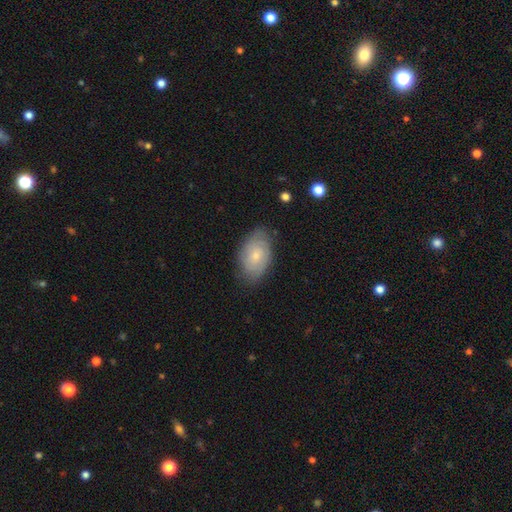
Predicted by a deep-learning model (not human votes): A smooth galaxy with no disk features (50%).

Vote fractions:
- Smooth or featured? smooth: 50% / featured or disk: 43% / star or artifact: 7%
- Merging? none: 76% / minor disturbance: 19% / major disturbance: 4% / merger: 1%